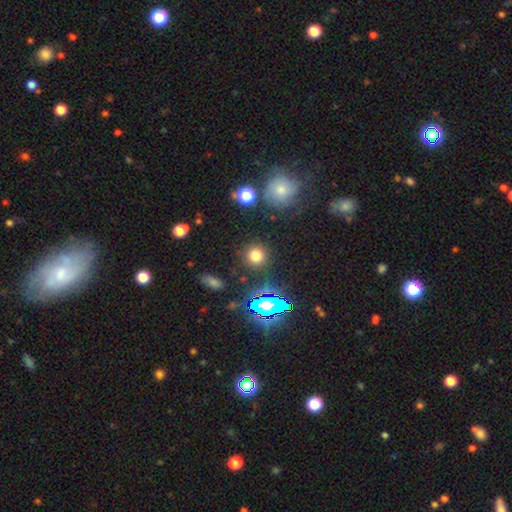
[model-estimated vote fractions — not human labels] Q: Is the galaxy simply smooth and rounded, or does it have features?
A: smooth — 70%.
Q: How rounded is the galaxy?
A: round — 93%.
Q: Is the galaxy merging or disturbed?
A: none — 88%.